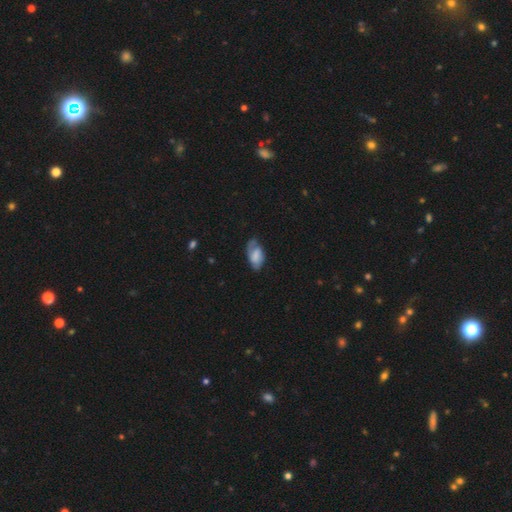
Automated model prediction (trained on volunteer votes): Q: Smooth or featured?
A: smooth (55%); runner-up: featured or disk (37%)
Q: How rounded?
A: in between (93%); runner-up: round (4%)
Q: Merging?
A: none (55%); runner-up: minor disturbance (31%)